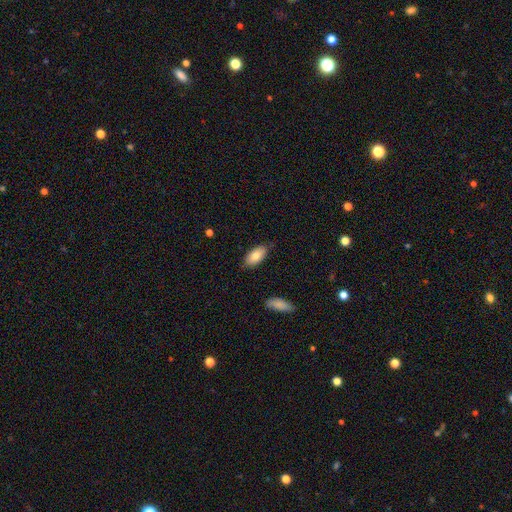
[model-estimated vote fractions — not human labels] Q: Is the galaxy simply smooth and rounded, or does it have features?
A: smooth — 82%.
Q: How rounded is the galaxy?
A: in between — 93%.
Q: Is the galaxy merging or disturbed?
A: none — 80%.